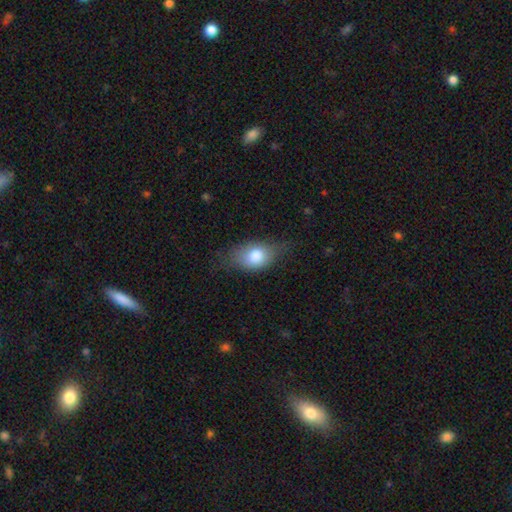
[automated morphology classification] smooth 77%, featured or disk 15%, star or artifact 8%. Down the decision tree: how rounded — in between (78%); merging — none (58%).